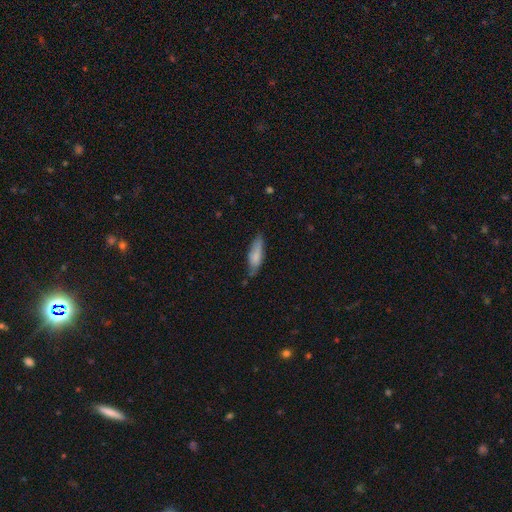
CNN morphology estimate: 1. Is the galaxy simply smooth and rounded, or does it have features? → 74% smooth, 19% featured or disk, 6% star or artifact.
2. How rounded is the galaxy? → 50% cigar-shaped, 48% in between, 2% round.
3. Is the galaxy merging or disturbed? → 65% none, 27% minor disturbance, 6% major disturbance, 3% merger.